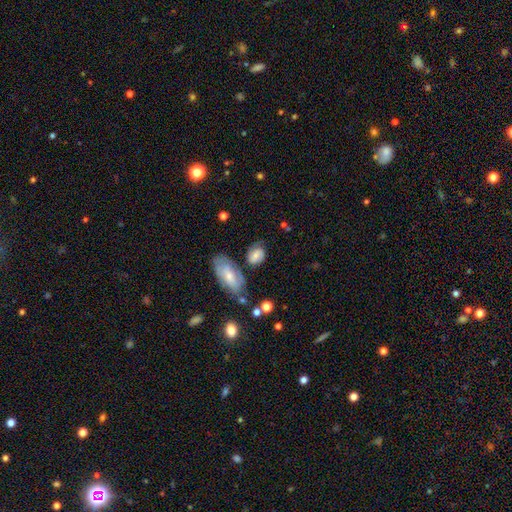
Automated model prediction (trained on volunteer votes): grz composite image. It shows a smooth galaxy with no disk features (55%) that is in between round and cigar-shaped (66%). Merging: none (54%).